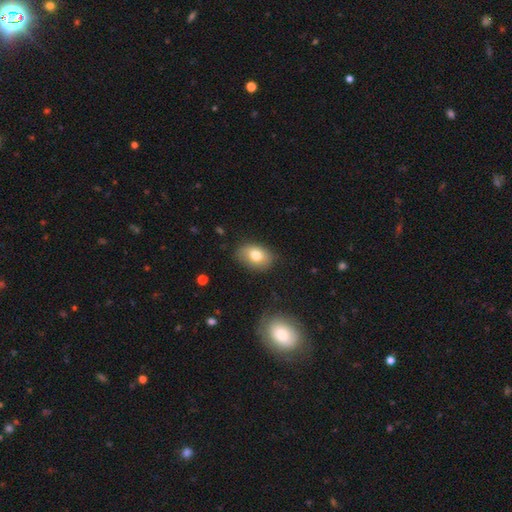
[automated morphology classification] Q: Smooth or featured?
A: smooth (76%); runner-up: featured or disk (15%)
Q: How rounded?
A: in between (83%); runner-up: round (16%)
Q: Merging?
A: none (80%); runner-up: minor disturbance (16%)